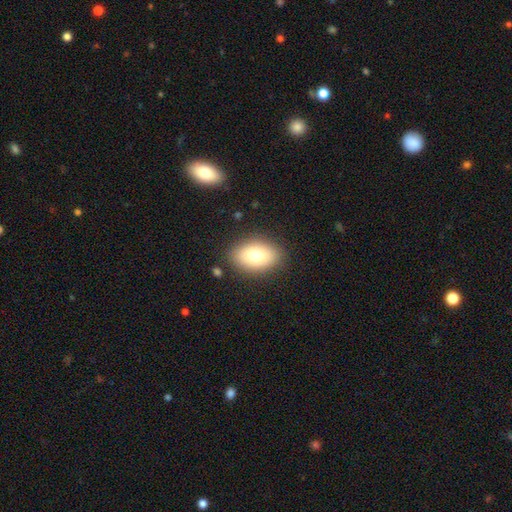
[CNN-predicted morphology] Smooth or featured? smooth (78%)
How rounded? in between (87%)
Merging? none (85%)